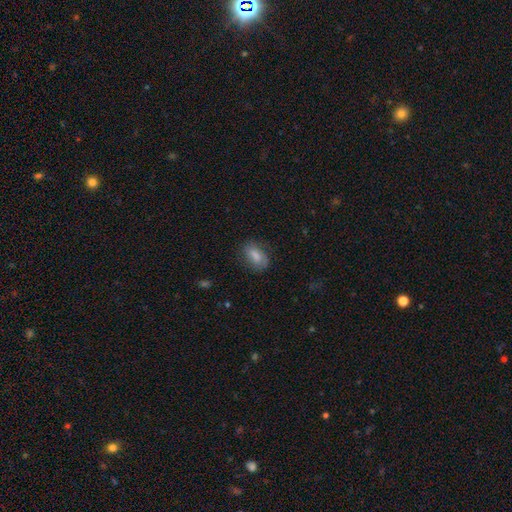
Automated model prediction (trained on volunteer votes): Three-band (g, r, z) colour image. It shows a smooth galaxy with no disk features (78%) that is in between round and cigar-shaped (87%). Merging: none (73%).